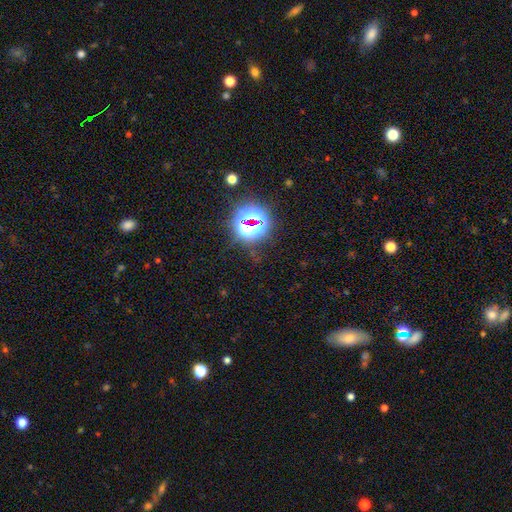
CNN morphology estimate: star or artifact 74%, smooth 17%, featured or disk 8%.